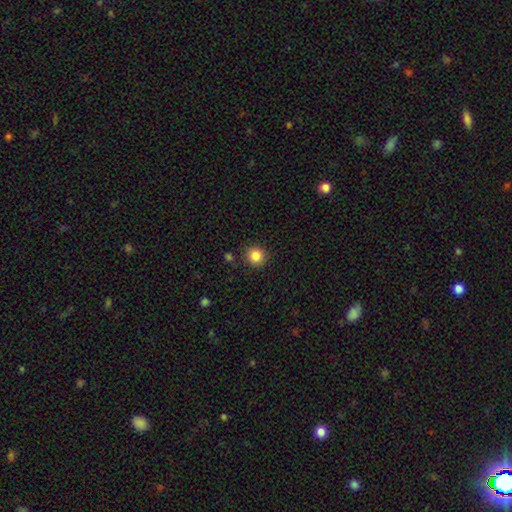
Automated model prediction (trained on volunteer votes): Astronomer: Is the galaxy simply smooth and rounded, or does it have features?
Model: smooth — 85%.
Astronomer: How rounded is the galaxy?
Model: round — 93%.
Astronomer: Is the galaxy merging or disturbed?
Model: none — 89%.